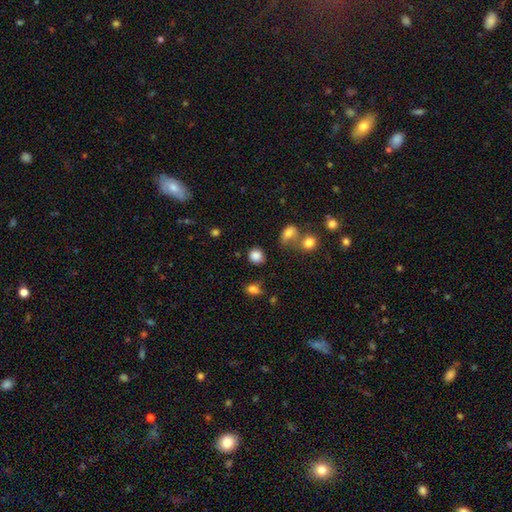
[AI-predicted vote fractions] A smooth galaxy with no disk features (84%) that is round (80%). Merging: none (74%).